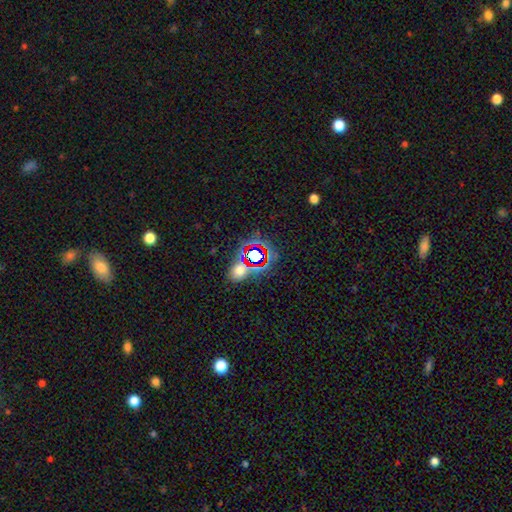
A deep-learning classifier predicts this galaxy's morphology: Smooth or featured? Predicted: star or artifact (p=0.60).